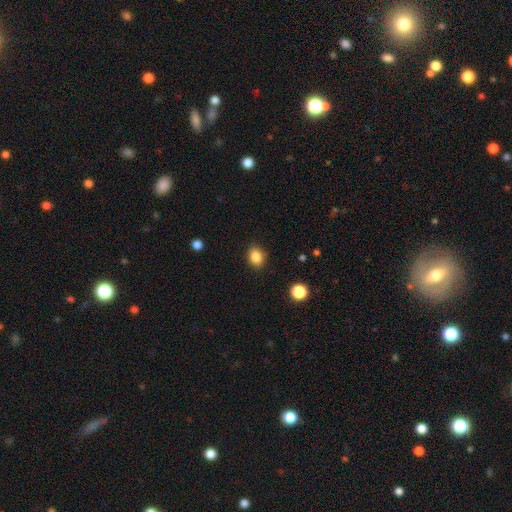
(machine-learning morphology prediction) Q: Smooth or featured?
A: smooth (86%); runner-up: star or artifact (10%)
Q: How rounded?
A: in between (53%); runner-up: round (46%)
Q: Merging?
A: none (87%); runner-up: minor disturbance (9%)